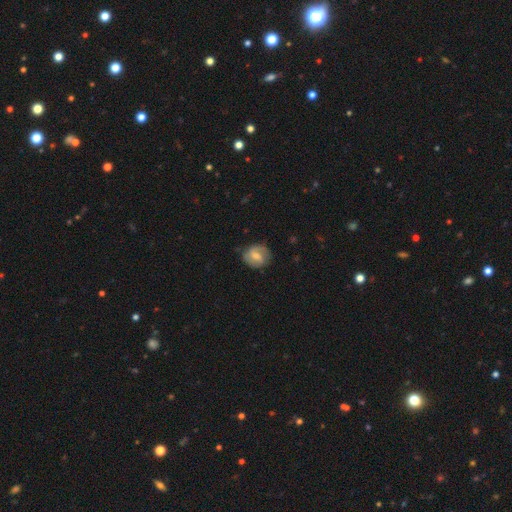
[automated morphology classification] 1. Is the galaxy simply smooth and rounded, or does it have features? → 50% featured or disk, 43% smooth, 7% star or artifact.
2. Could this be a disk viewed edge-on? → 97% no, 3% yes.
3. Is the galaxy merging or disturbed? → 74% none, 19% minor disturbance, 6% major disturbance, 1% merger.